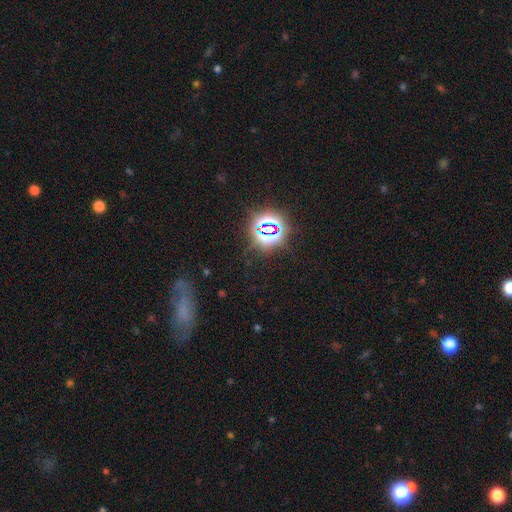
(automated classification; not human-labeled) Smooth or featured: star or artifact — 69% (smooth — 20%)